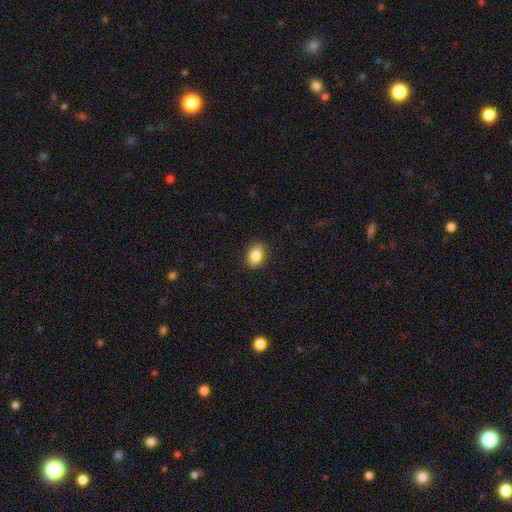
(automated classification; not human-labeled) smooth-or-featured: smooth: 84% | star or artifact: 8% | featured or disk: 7%
  how-rounded: in between: 77% | round: 21% | cigar-shaped: 1%
  merging: none: 88% | minor disturbance: 9% | major disturbance: 2% | merger: 1%